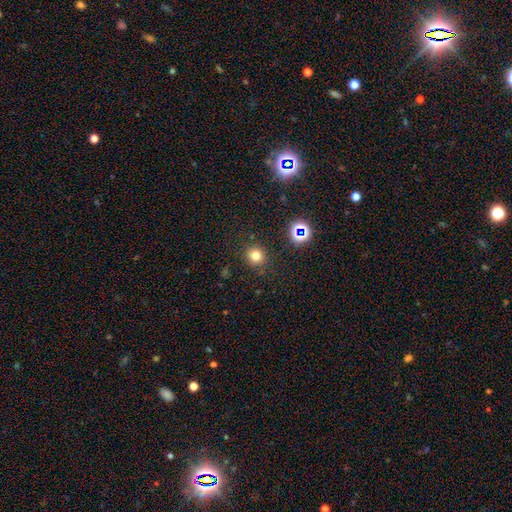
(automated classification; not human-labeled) Overall: smooth (75%). How rounded: round (88%). Merging: none (87%).